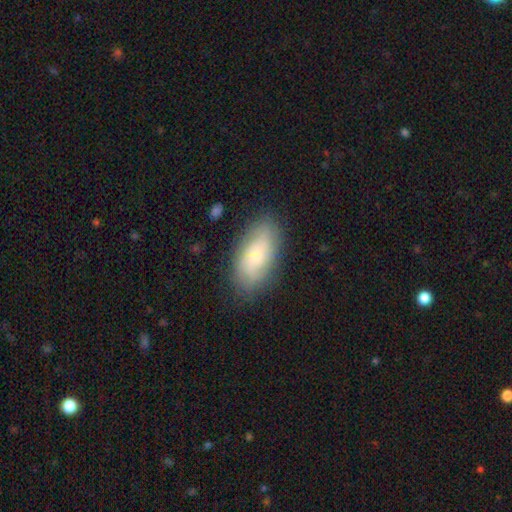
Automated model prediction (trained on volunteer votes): This appears to be a smooth galaxy with no disk features (50%). Merging: none (79%).